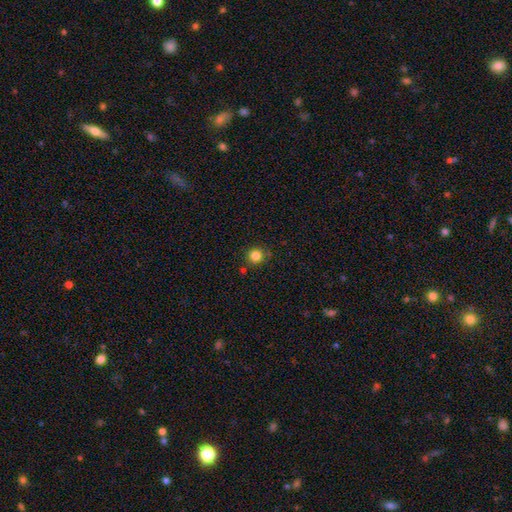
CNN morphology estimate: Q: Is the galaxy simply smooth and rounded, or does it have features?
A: smooth — 83%.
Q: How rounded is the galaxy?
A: round — 94%.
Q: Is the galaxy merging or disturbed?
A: none — 85%.